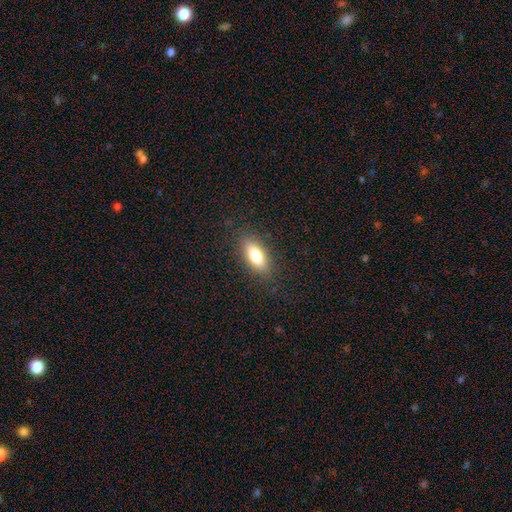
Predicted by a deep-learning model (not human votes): A smooth galaxy with no disk features (79%) that is in between round and cigar-shaped (80%).

Vote fractions:
- Smooth or featured? smooth: 79% / featured or disk: 13% / star or artifact: 8%
- How rounded? in between: 80% / cigar-shaped: 16% / round: 3%
- Merging? none: 85% / minor disturbance: 10% / major disturbance: 3% / merger: 1%